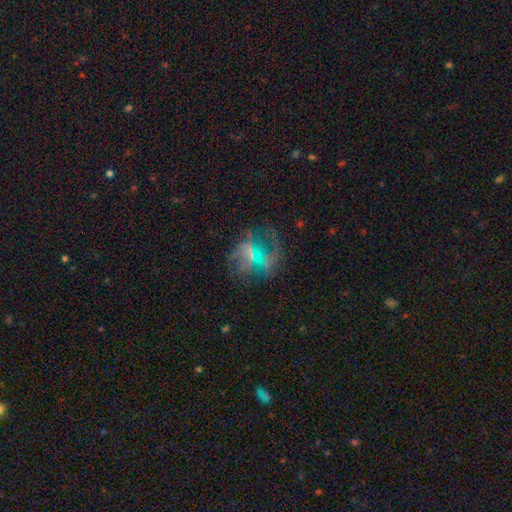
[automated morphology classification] This appears to be a featured or disk galaxy (58%) with no bar (60%), spiral arms (52%) and a small central bulge (46%). Merging: none (50%).